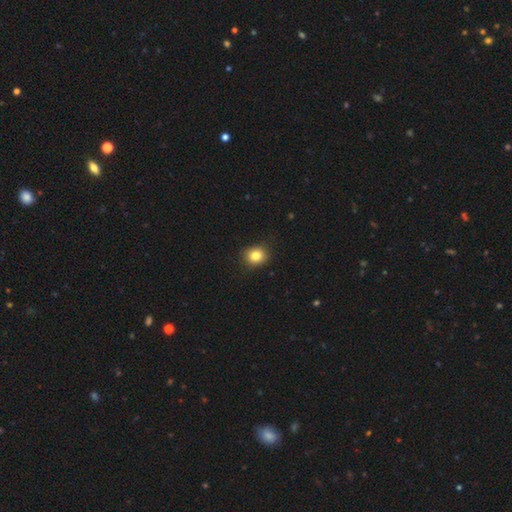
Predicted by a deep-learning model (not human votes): Smooth or featured? smooth (83%)
How rounded? round (72%)
Merging? none (88%)